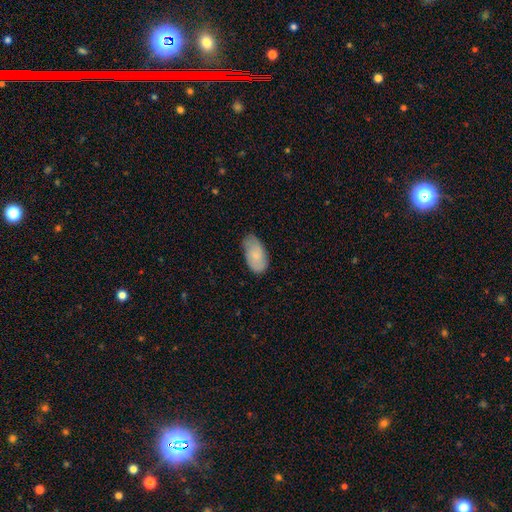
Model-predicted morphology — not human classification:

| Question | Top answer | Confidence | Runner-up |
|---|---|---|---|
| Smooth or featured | smooth | 75% | featured or disk (19%) |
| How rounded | in between | 94% | round (3%) |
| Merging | none | 67% | minor disturbance (27%) |